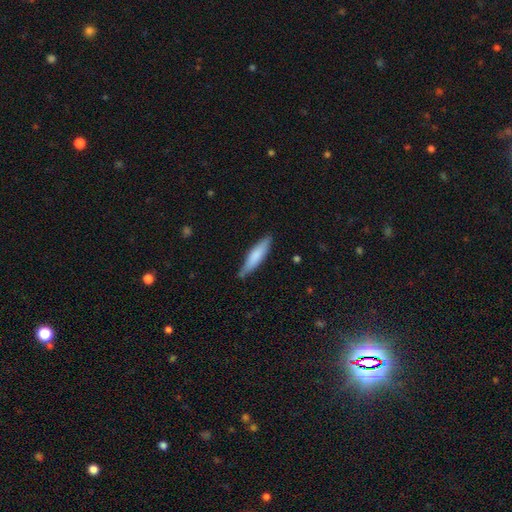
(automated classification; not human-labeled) This appears to be a smooth galaxy with no disk features (74%) that is cigar-shaped (79%). Merging: none (78%).